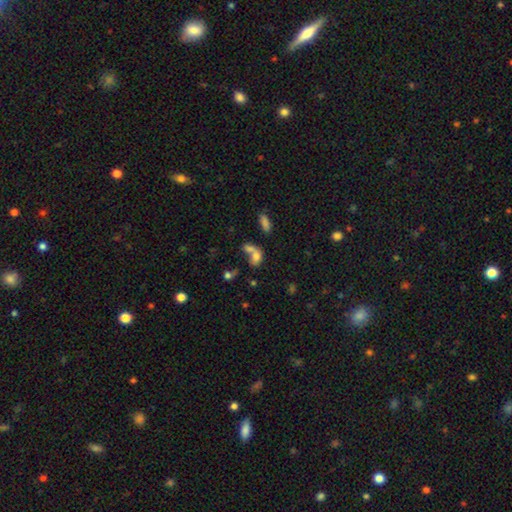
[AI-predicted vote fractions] The model was most divided on "merging": merger: 56%, none: 26%, minor disturbance: 9%, major disturbance: 8%. More confident: how rounded — in between (75%); smooth or featured — smooth (71%).